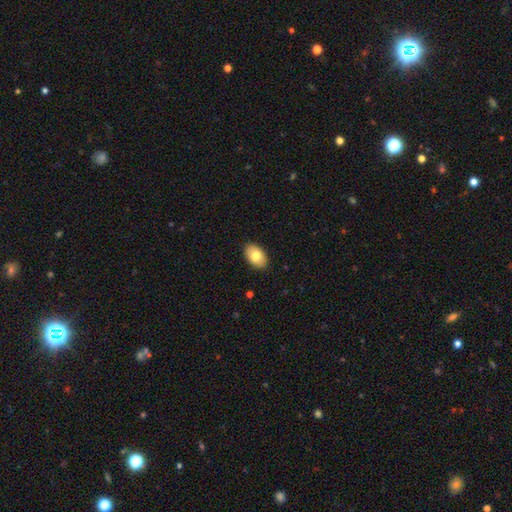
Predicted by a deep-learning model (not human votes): The model was most divided on "smooth or featured": smooth: 79%, featured or disk: 14%, star or artifact: 7%. More confident: how rounded — in between (91%); merging — none (89%).